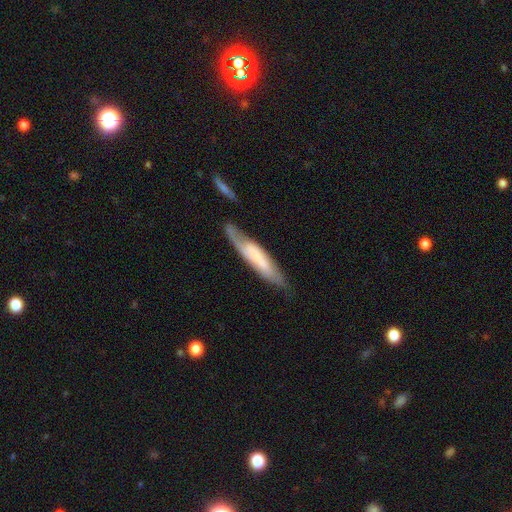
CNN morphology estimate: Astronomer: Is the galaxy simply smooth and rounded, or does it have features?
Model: featured or disk — 53% (runner-up: smooth, 41%).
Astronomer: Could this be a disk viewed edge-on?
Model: no — 52% (runner-up: yes, 48%).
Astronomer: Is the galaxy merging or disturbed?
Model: none — 61%.